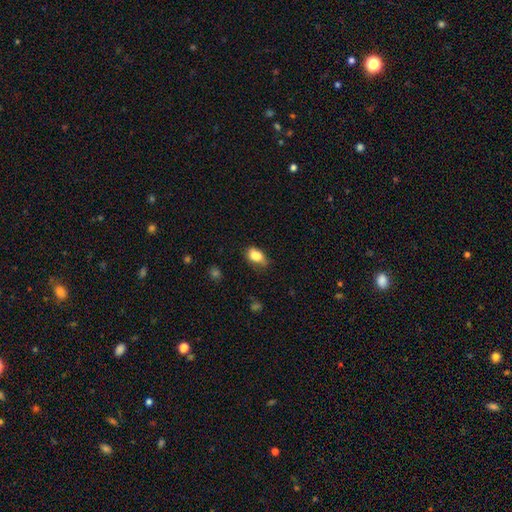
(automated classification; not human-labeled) A smooth galaxy with no disk features (80%) that is in between round and cigar-shaped (83%). Merging: none (45%).